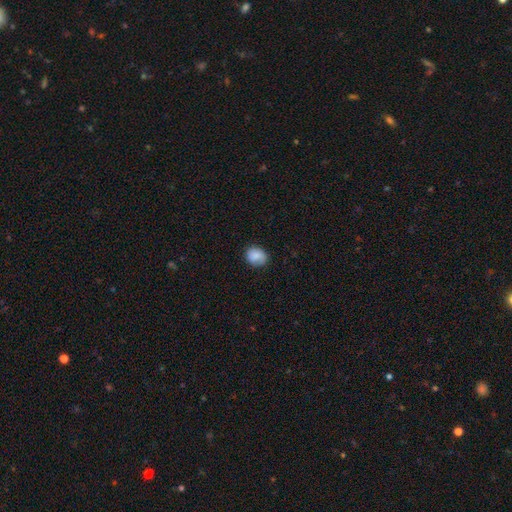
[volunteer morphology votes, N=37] smooth_or_featured: smooth (p=0.86) [alt: featured or disk p=0.14]
how_rounded: round (p=0.75) [alt: in between p=0.25]
merging: none (p=0.86) [alt: minor disturbance p=0.08]